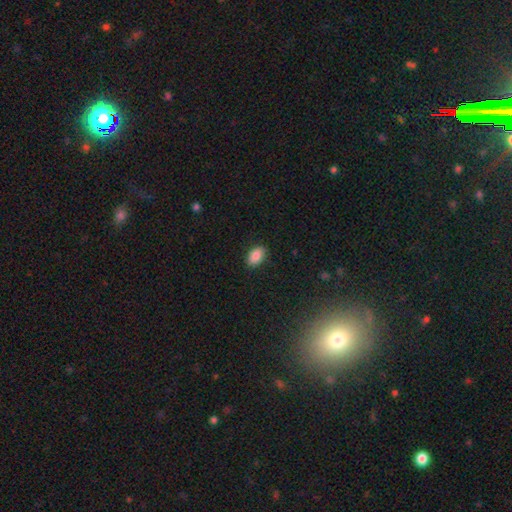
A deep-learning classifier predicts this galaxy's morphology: Smooth or featured?
  - smooth: 86% *
  - star or artifact: 8%
  - featured or disk: 6%
How rounded?
  - in between: 90% *
  - round: 8%
  - cigar-shaped: 2%
Merging?
  - none: 87% *
  - minor disturbance: 10%
  - major disturbance: 2%
  - merger: 1%